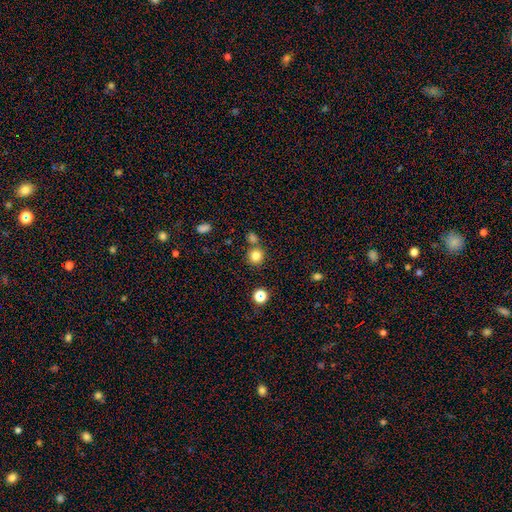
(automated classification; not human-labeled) Smooth or featured?
  - smooth: 81% *
  - star or artifact: 14%
  - featured or disk: 6%
How rounded?
  - round: 90% *
  - in between: 9%
  - cigar-shaped: 1%
Merging?
  - none: 74% *
  - merger: 15%
  - minor disturbance: 8%
  - major disturbance: 3%